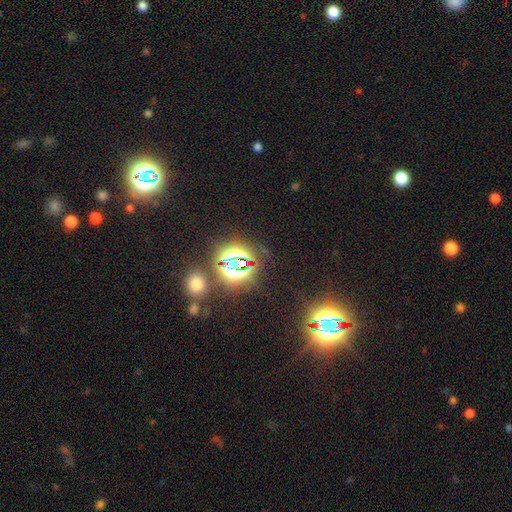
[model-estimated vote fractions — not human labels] smooth-or-featured: star or artifact: 77% | smooth: 15% | featured or disk: 7%